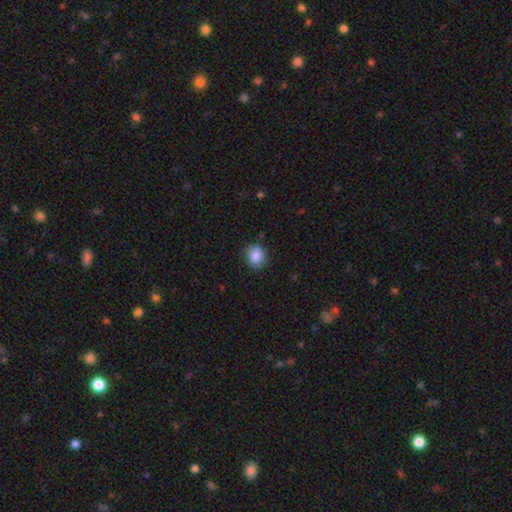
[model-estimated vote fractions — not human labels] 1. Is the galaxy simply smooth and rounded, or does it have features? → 87% smooth, 8% star or artifact, 5% featured or disk.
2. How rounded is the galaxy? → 60% round, 39% in between, 1% cigar-shaped.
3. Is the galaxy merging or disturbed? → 82% none, 14% minor disturbance, 3% major disturbance, 1% merger.